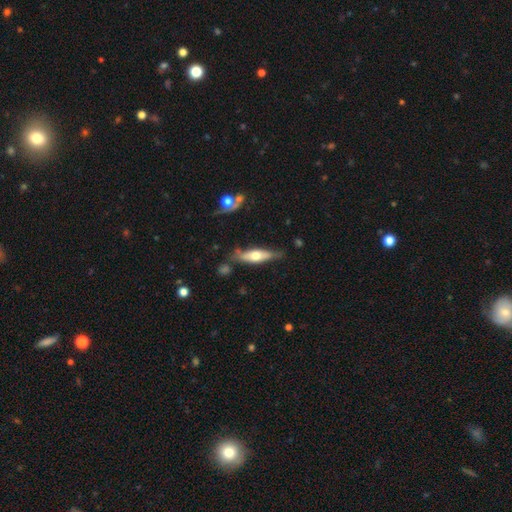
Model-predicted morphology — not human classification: smooth-or-featured: featured or disk: 53% | smooth: 42% | star or artifact: 5%
  disk-edge-on: yes: 86% | no: 14%
  merging: none: 72% | minor disturbance: 19% | merger: 5% | major disturbance: 5%